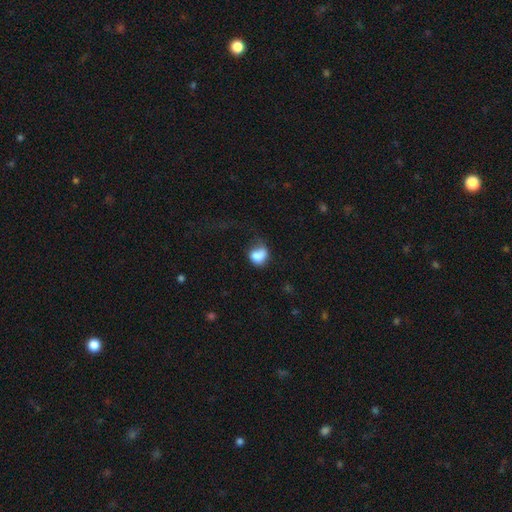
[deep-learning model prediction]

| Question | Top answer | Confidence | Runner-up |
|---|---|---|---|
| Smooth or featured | smooth | 80% | featured or disk (11%) |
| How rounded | round | 50% | in between (48%) |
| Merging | major disturbance | 34% | none (30%) |